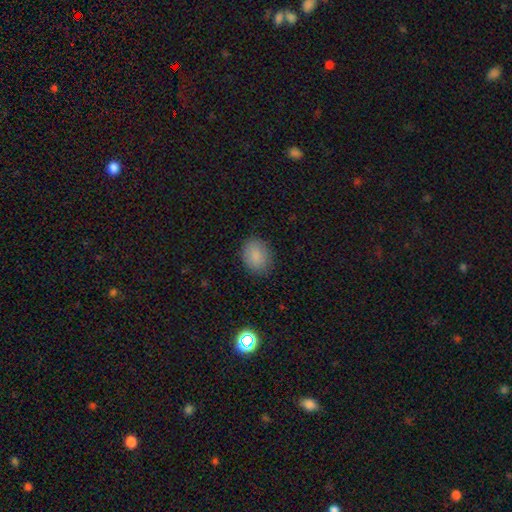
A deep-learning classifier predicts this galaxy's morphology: Smooth or featured?
  - smooth: 86% *
  - star or artifact: 9%
  - featured or disk: 5%
How rounded?
  - in between: 55% *
  - round: 44%
  - cigar-shaped: 1%
Merging?
  - none: 84% *
  - minor disturbance: 12%
  - major disturbance: 3%
  - merger: 1%